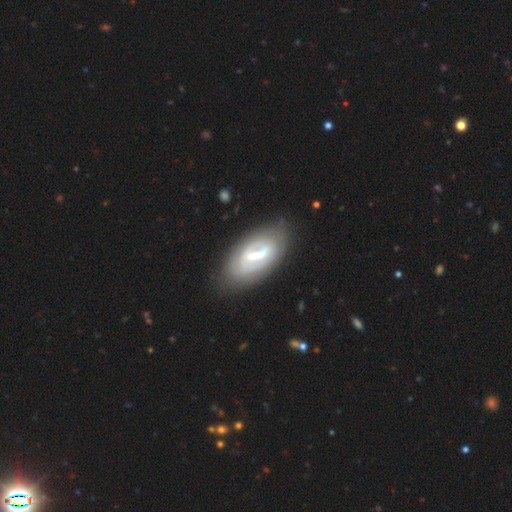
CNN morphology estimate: Smooth or featured? featured or disk (68%)
Edge-on disk? no (88%)
Bar? strong (61%)
Spiral arms? no (51%)
Bulge size? moderate (43%)
Merging? none (73%)